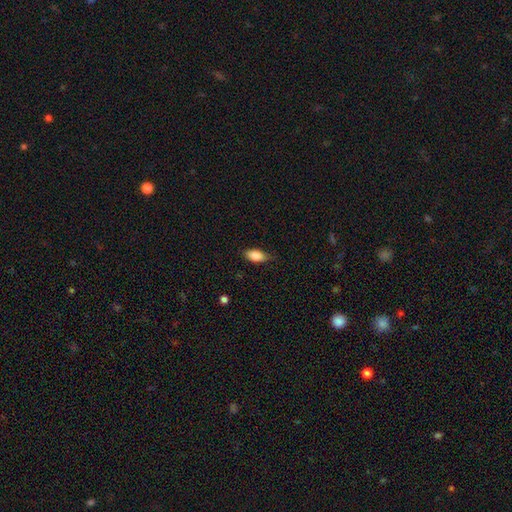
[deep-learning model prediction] This is clearly a smooth galaxy (85%). How rounded: clearly in between (89%). Merging: likely none (78%).